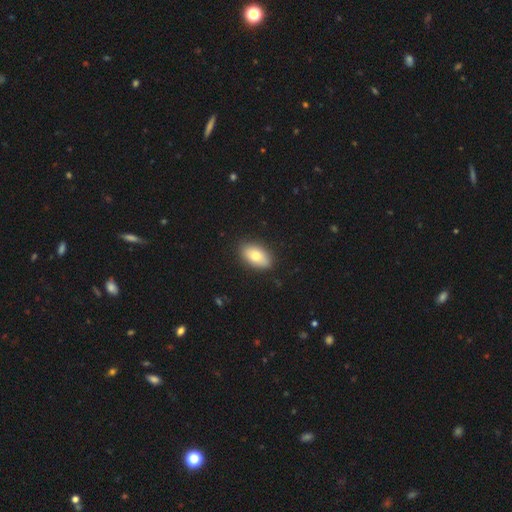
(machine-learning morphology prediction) This is likely a smooth galaxy (78%). How rounded: clearly in between (92%). Merging: clearly none (88%).